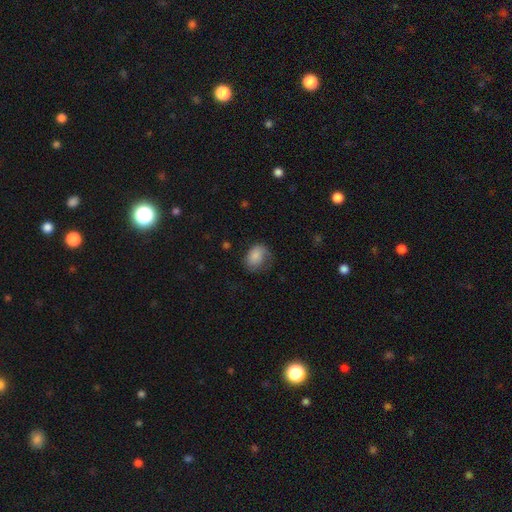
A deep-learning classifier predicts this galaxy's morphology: A smooth galaxy with no disk features (77%) that is in between round and cigar-shaped (64%). Merging: none (47%).